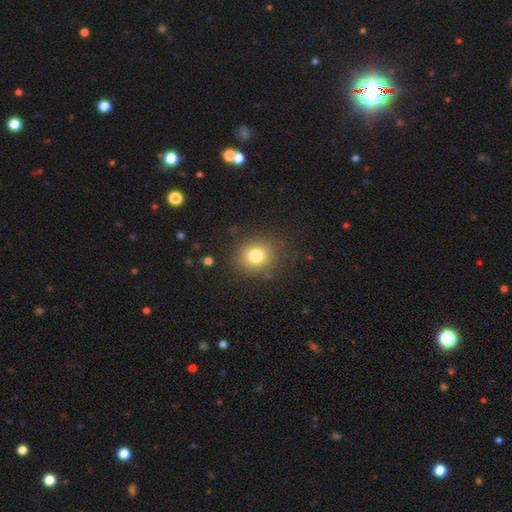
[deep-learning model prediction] smooth-or-featured: smooth: 79% | star or artifact: 13% | featured or disk: 9%
  how-rounded: round: 81% | in between: 18% | cigar-shaped: 1%
  merging: none: 86% | minor disturbance: 9% | major disturbance: 4% | merger: 1%